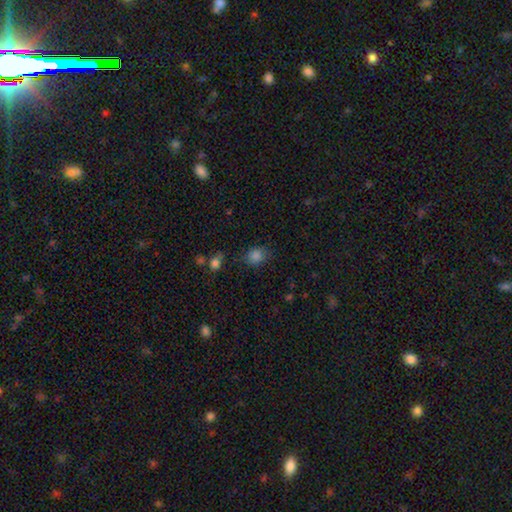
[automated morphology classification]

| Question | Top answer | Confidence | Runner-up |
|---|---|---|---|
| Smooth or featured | smooth | 82% | star or artifact (13%) |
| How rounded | round | 60% | in between (39%) |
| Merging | none | 74% | minor disturbance (18%) |